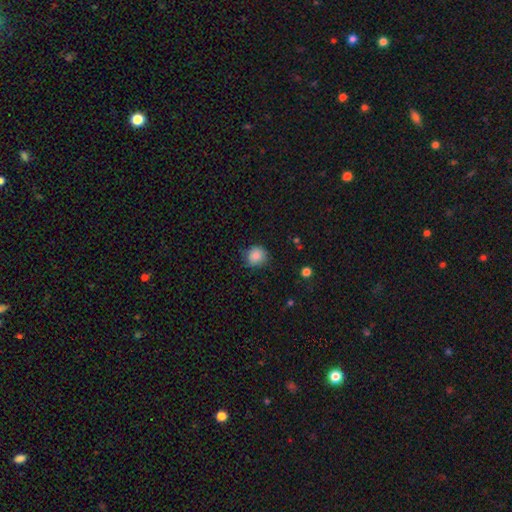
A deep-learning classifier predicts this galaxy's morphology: A smooth galaxy with no disk features (86%) that is round (88%).

Vote fractions:
- Smooth or featured? smooth: 86% / star or artifact: 9% / featured or disk: 5%
- How rounded? round: 88% / in between: 11% / cigar-shaped: 1%
- Merging? none: 77% / minor disturbance: 18% / major disturbance: 4% / merger: 1%